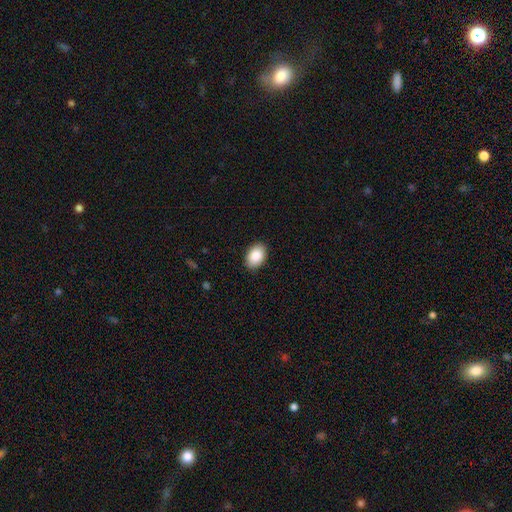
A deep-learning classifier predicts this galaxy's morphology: Smooth or featured? smooth (89%)
How rounded? in between (86%)
Merging? none (89%)